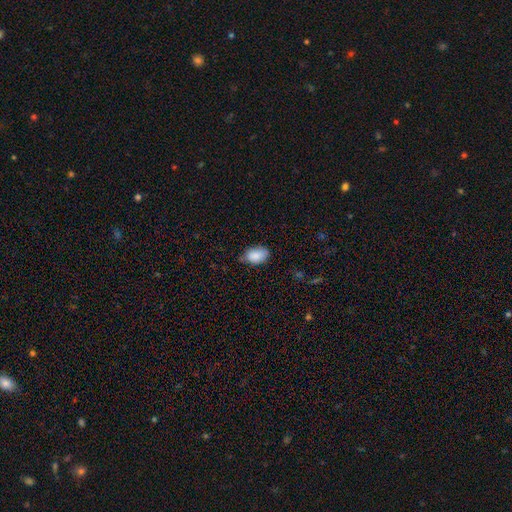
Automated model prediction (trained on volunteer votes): Morphology: type=smooth (88%); roundness=in between (90%); merging=none (65%).